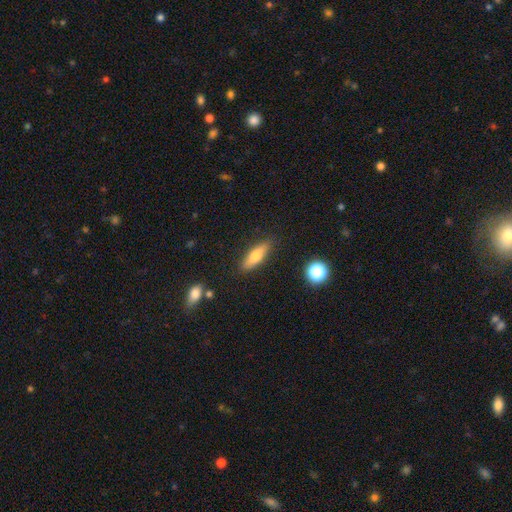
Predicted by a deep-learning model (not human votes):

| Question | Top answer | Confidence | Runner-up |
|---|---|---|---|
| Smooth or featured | smooth | 67% | featured or disk (26%) |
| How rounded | in between | 51% | cigar-shaped (46%) |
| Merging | none | 86% | minor disturbance (10%) |